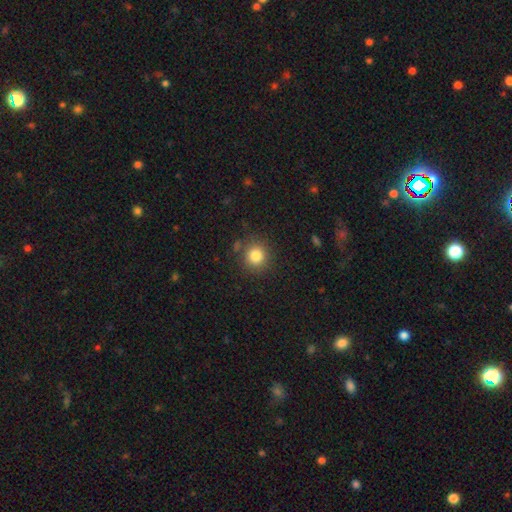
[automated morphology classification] Overall: smooth (82%). How rounded: round (91%). Merging: none (84%).